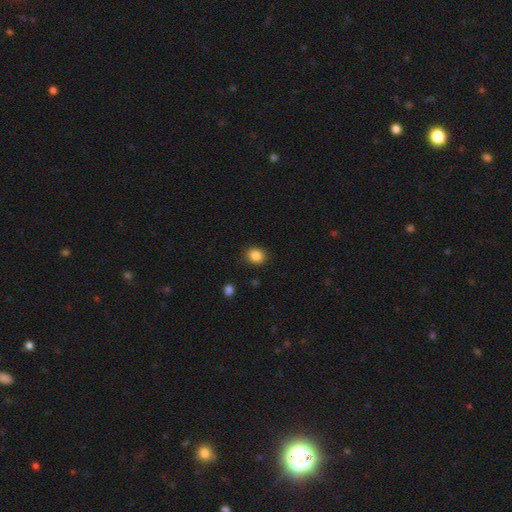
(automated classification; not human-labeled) Overall: smooth (86%). How rounded: round (72%). Merging: none (88%).